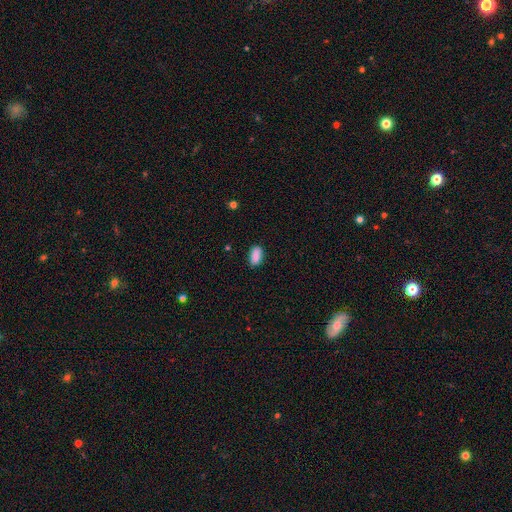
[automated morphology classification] Smooth or featured: smooth — 88% (star or artifact — 8%)
How rounded: in between — 91% (cigar-shaped — 5%)
Merging: none — 80% (minor disturbance — 15%)